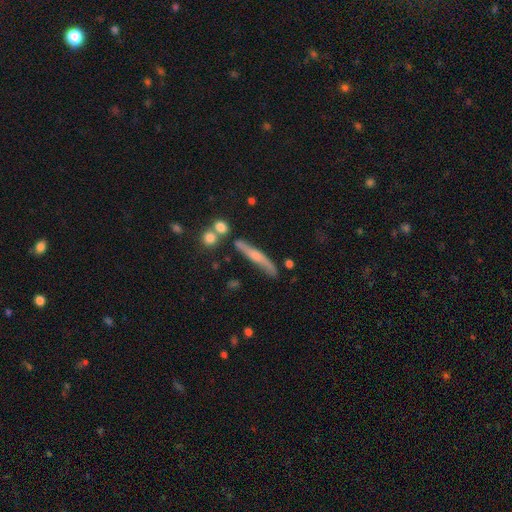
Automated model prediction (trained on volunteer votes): smooth_or_featured: featured or disk (p=0.52) [alt: smooth p=0.40]
disk_edge_on: yes (p=0.85) [alt: no p=0.15]
merging: none (p=0.70) [alt: minor disturbance p=0.17]